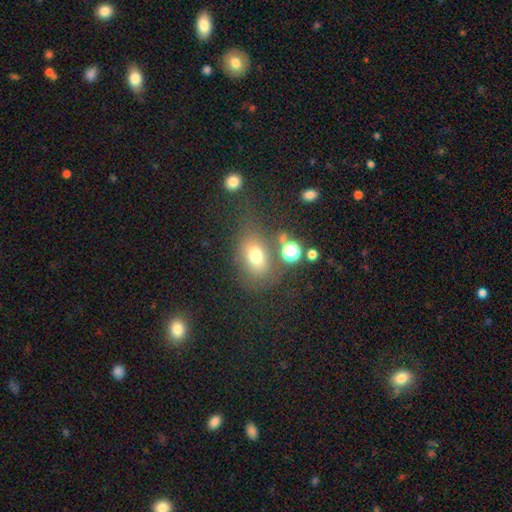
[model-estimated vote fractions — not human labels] A smooth galaxy with no disk features (70%) that is in between round and cigar-shaped (65%).

Vote fractions:
- Smooth or featured? smooth: 70% / star or artifact: 16% / featured or disk: 14%
- How rounded? in between: 65% / round: 33% / cigar-shaped: 2%
- Merging? none: 61% / minor disturbance: 18% / major disturbance: 12% / merger: 9%